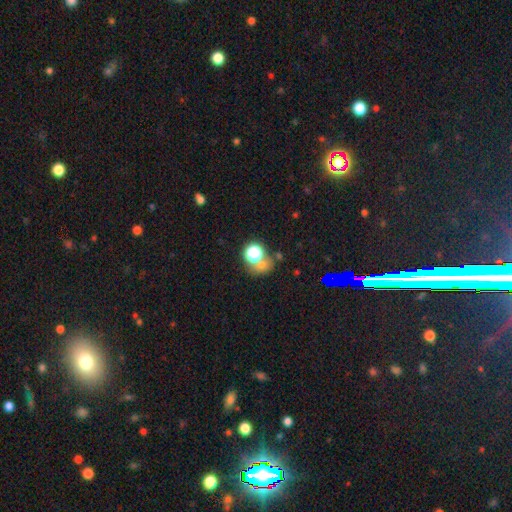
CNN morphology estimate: Smooth or featured? Predicted: star or artifact (p=0.47).